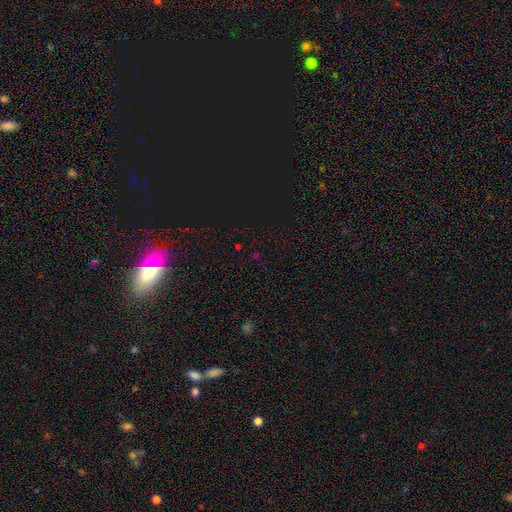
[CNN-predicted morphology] A star or artifact, not a galaxy (68%).

Vote fractions:
- Smooth or featured? star or artifact: 68% / smooth: 25% / featured or disk: 7%